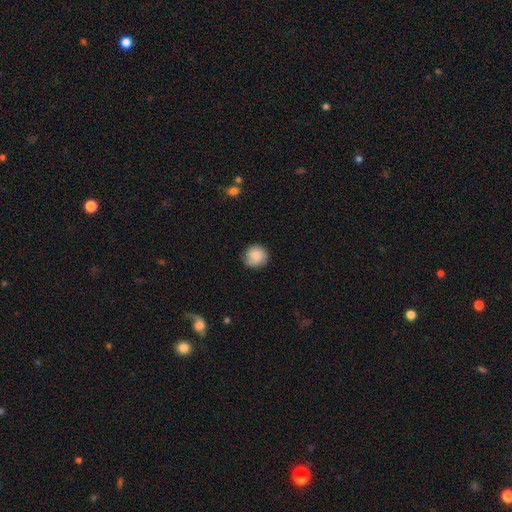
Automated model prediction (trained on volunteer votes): Morphology: type=smooth (83%); roundness=round (89%); merging=none (79%).